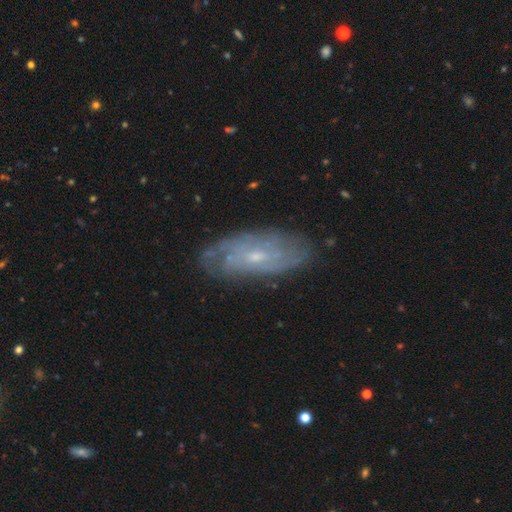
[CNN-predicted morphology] A featured or disk galaxy (73%) with no bar (63%), tight (62%) spiral arms (86%) and a small central bulge (73%). Merging: none (81%).